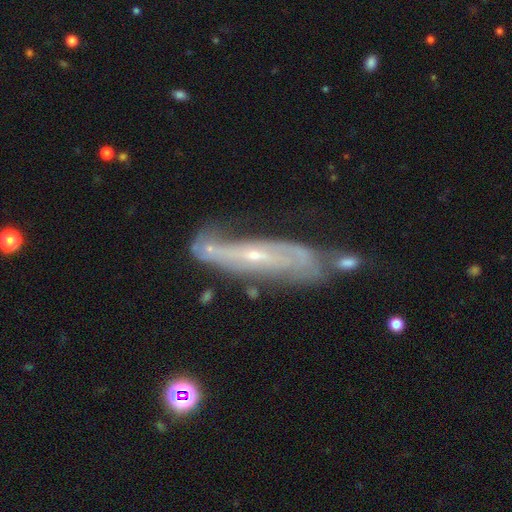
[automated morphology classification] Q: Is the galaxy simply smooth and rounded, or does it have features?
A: featured or disk — 79%.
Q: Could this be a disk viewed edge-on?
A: no — 67%.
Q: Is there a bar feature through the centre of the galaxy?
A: no — 50%.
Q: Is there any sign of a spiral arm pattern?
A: yes — 86%.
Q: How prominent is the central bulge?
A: small — 78%.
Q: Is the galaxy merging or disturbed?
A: none — 55%.